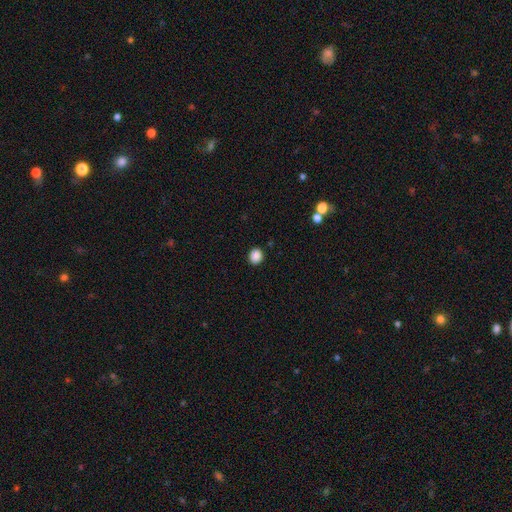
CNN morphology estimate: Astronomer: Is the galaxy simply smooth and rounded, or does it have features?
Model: smooth — 88%.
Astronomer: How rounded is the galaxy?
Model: round — 67%.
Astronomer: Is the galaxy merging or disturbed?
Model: none — 89%.